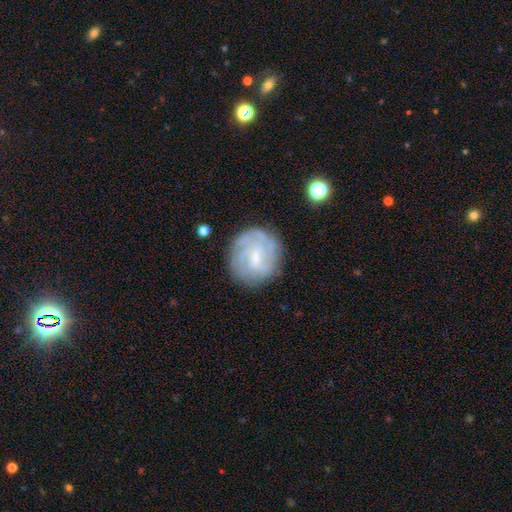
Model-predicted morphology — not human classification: This appears to be a featured or disk galaxy (77%) with a weak bar (55%), tight (67%) spiral arms (93%) and a small central bulge (72%). Merging: none (81%).